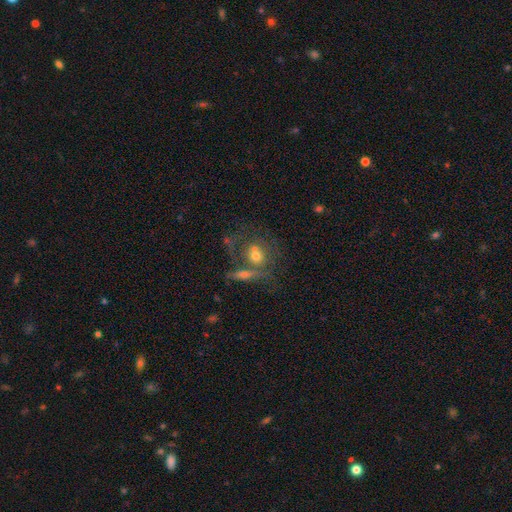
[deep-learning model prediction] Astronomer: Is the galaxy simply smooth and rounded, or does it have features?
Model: smooth — 47% (runner-up: featured or disk, 42%).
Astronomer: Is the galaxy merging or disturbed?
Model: merger — 39%, tied with none at 39%.